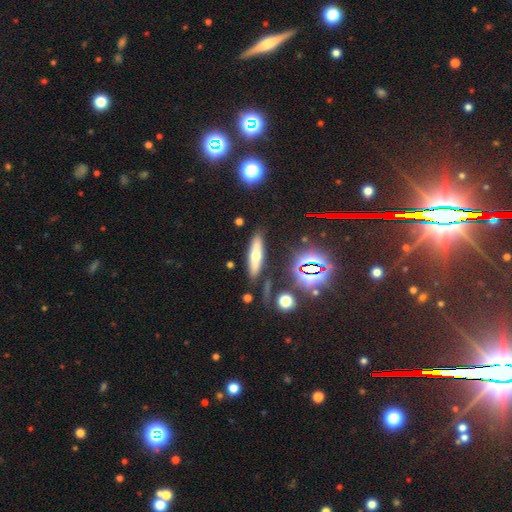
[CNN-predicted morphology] Smooth or featured: smooth — 46% (featured or disk — 39%)
Merging: none — 83% (minor disturbance — 10%)